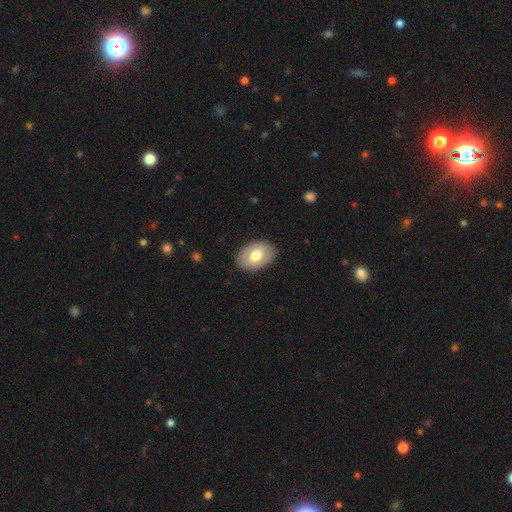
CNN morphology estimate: smooth 67%, featured or disk 27%, star or artifact 6%. Down the decision tree: how rounded — in between (85%); merging — none (87%).